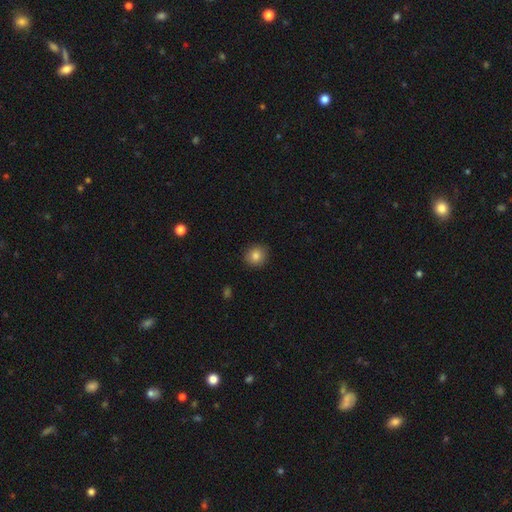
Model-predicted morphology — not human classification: This appears to be a smooth galaxy with no disk features (84%) that is round (87%). Merging: none (91%).